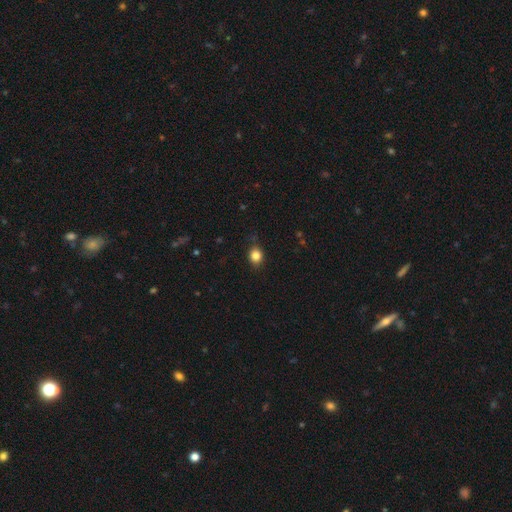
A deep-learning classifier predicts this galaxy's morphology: Smooth or featured: smooth — 84% (star or artifact — 11%)
How rounded: round — 65% (in between — 34%)
Merging: none — 82% (minor disturbance — 14%)